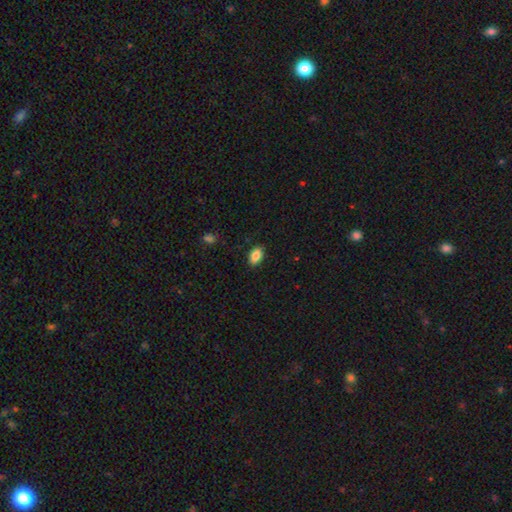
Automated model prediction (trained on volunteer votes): Smooth or featured: smooth — 87% (star or artifact — 8%)
How rounded: in between — 91% (round — 7%)
Merging: none — 89% (minor disturbance — 8%)